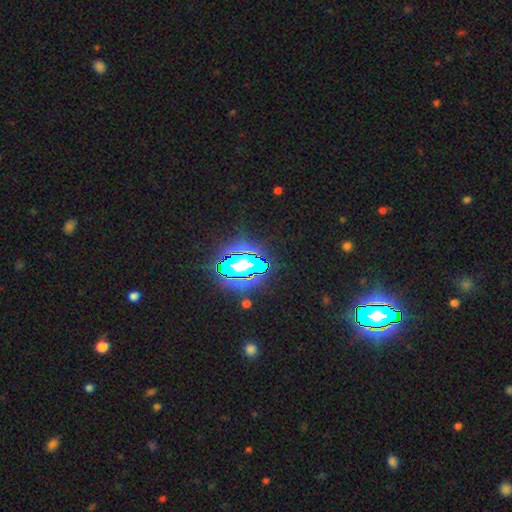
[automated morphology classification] Smooth or featured: star or artifact — 66% (smooth — 21%)